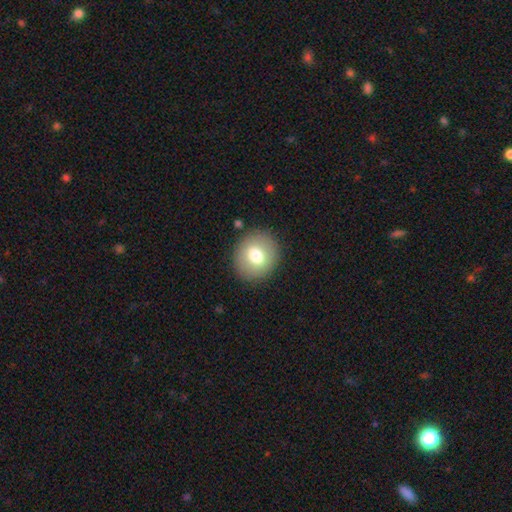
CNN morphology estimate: Smooth or featured? Predicted: smooth (p=0.73). How rounded? Predicted: round (p=0.79). Merging? Predicted: none (p=0.87).